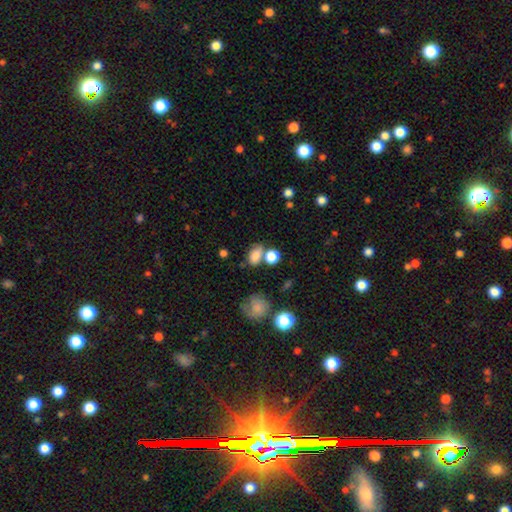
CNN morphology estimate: smooth-or-featured: smooth: 80% | star or artifact: 12% | featured or disk: 8%
  how-rounded: in between: 77% | round: 21% | cigar-shaped: 2%
  merging: none: 52% | merger: 26% | minor disturbance: 16% | major disturbance: 6%